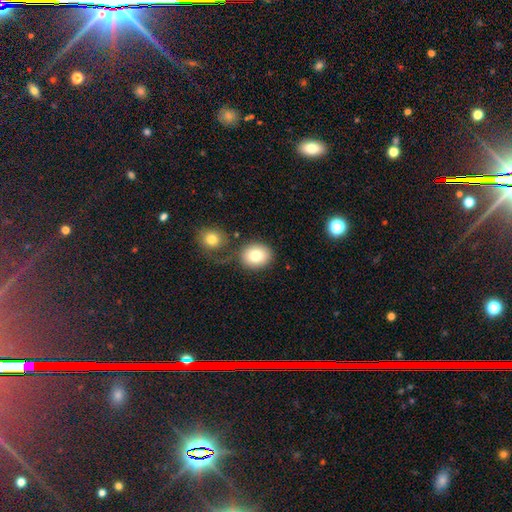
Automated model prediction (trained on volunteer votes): Smooth or featured? smooth (80%)
How rounded? round (67%)
Merging? none (71%)